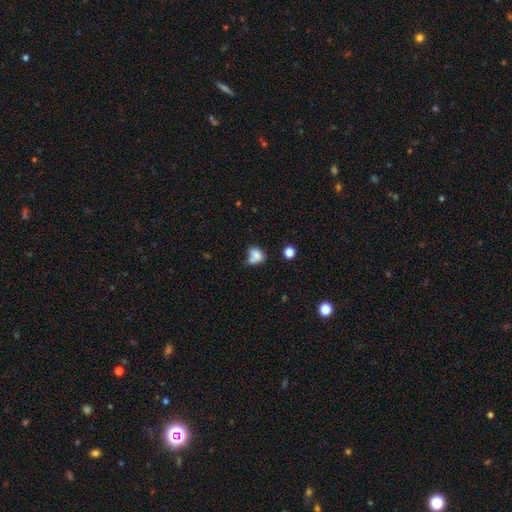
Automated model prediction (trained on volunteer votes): The model was most divided on "merging": merger: 37%, none: 32%, minor disturbance: 20%, major disturbance: 12%. More confident: smooth or featured — smooth (75%); how rounded — in between (65%).